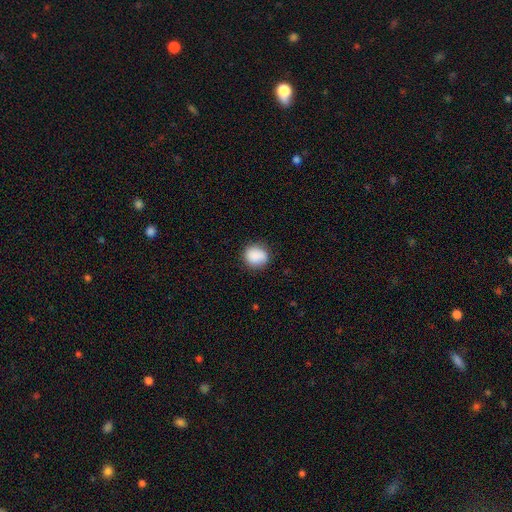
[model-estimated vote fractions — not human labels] Smooth or featured?
  - smooth: 86% *
  - star or artifact: 8%
  - featured or disk: 6%
How rounded?
  - round: 80% *
  - in between: 19%
  - cigar-shaped: 1%
Merging?
  - none: 80% *
  - minor disturbance: 15%
  - major disturbance: 4%
  - merger: 1%